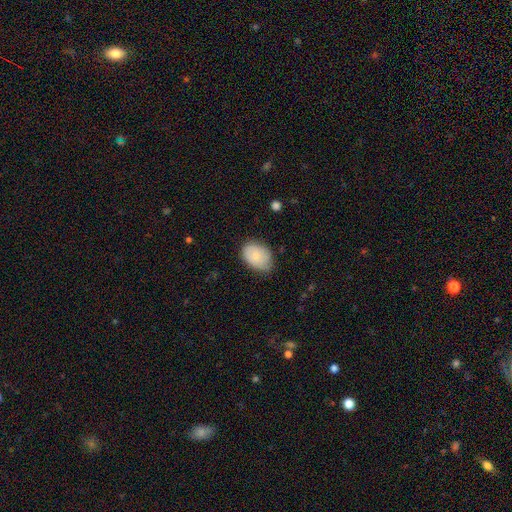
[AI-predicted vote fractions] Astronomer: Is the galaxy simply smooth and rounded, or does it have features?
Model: smooth — 81%.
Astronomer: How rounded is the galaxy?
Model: in between — 81%.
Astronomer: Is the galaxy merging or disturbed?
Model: none — 66%.